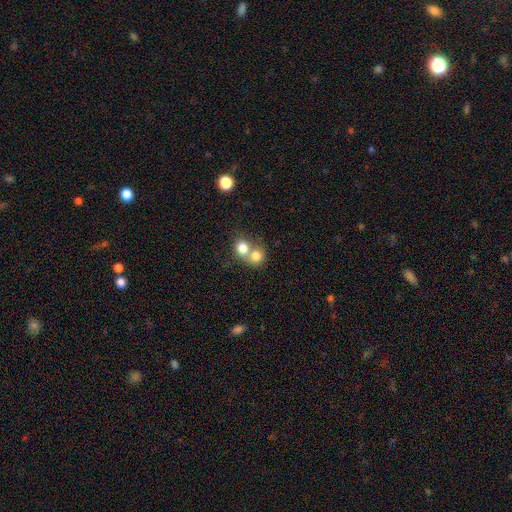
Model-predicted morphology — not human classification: Q: Smooth or featured?
A: smooth (77%); runner-up: featured or disk (13%)
Q: How rounded?
A: round (75%); runner-up: in between (24%)
Q: Merging?
A: merger (63%); runner-up: none (29%)